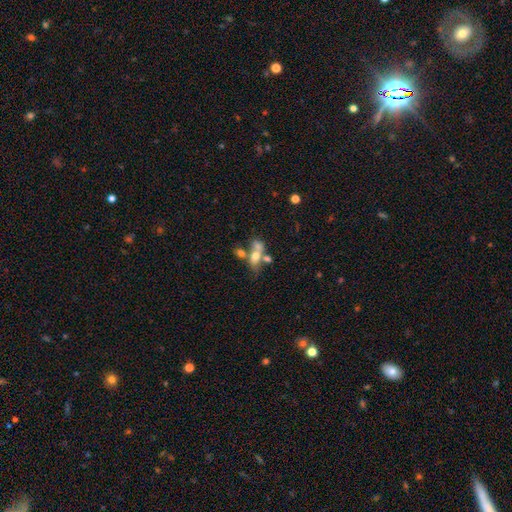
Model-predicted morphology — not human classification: Smooth or featured?
  - smooth: 56% *
  - featured or disk: 32%
  - star or artifact: 12%
How rounded?
  - in between: 68% *
  - round: 23%
  - cigar-shaped: 9%
Merging?
  - merger: 55% *
  - none: 24%
  - major disturbance: 11%
  - minor disturbance: 10%